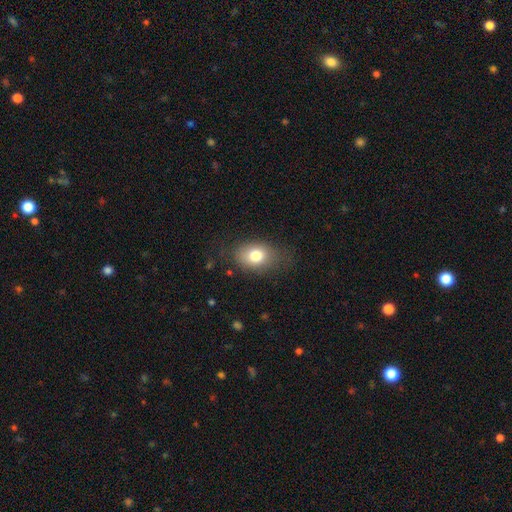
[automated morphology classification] Smooth or featured: smooth — 78% (featured or disk — 12%)
How rounded: in between — 74% (round — 24%)
Merging: none — 71% (minor disturbance — 20%)